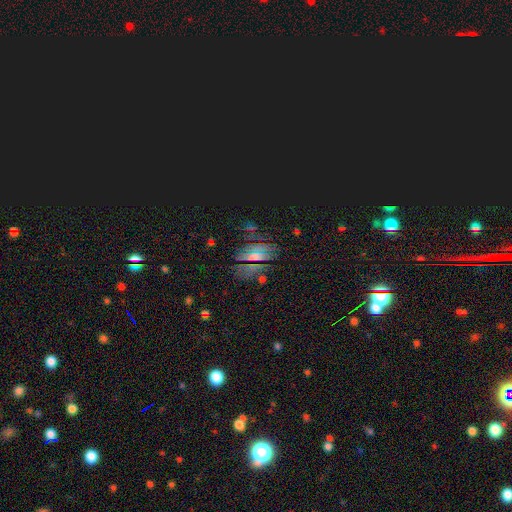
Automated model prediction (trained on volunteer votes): Morphology: type=star or artifact (54%).